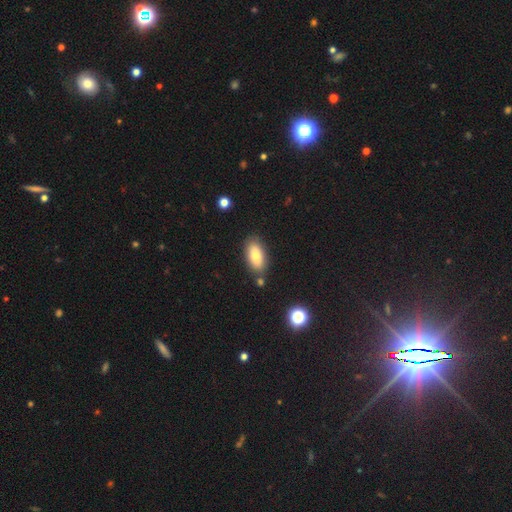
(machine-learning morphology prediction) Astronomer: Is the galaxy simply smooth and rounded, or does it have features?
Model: smooth — 80%.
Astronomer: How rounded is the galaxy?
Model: in between — 90%.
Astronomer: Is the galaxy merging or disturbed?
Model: none — 79%.